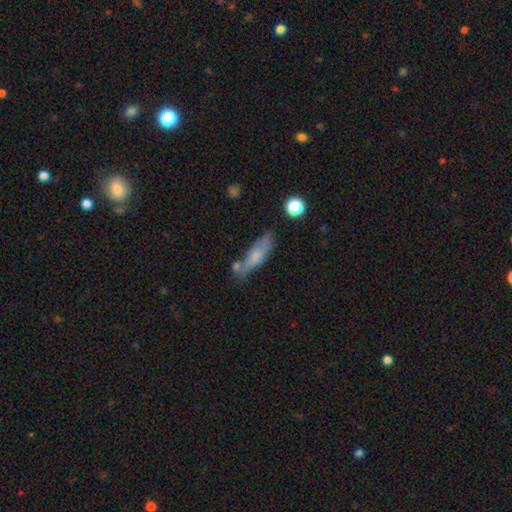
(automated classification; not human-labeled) Smooth or featured? smooth (64%)
How rounded? cigar-shaped (57%)
Merging? none (58%)